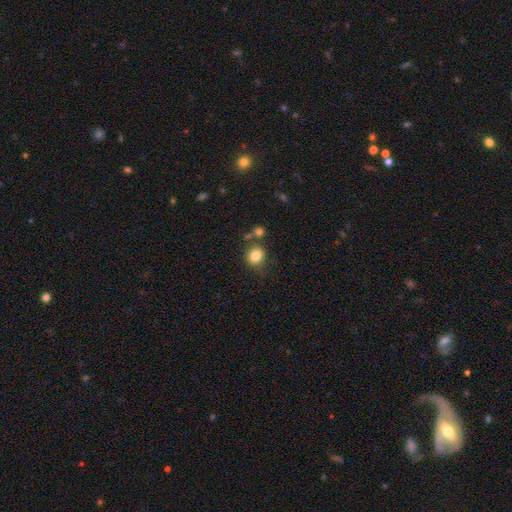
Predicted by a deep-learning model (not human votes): Morphology: type=smooth (83%); roundness=round (70%); merging=none (69%).